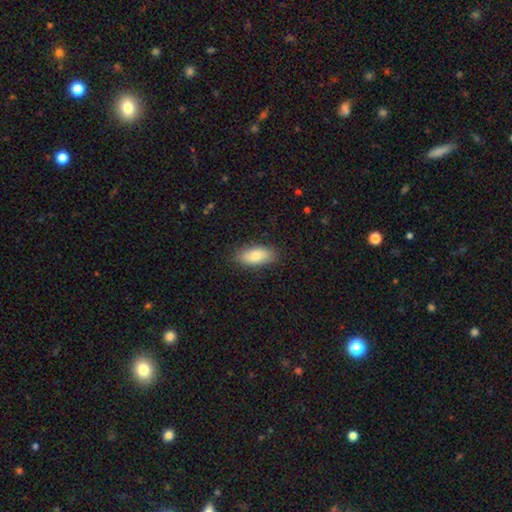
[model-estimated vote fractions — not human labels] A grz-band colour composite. It shows a smooth galaxy with no disk features (78%) that is in between round and cigar-shaped (88%). Merging: none (87%).